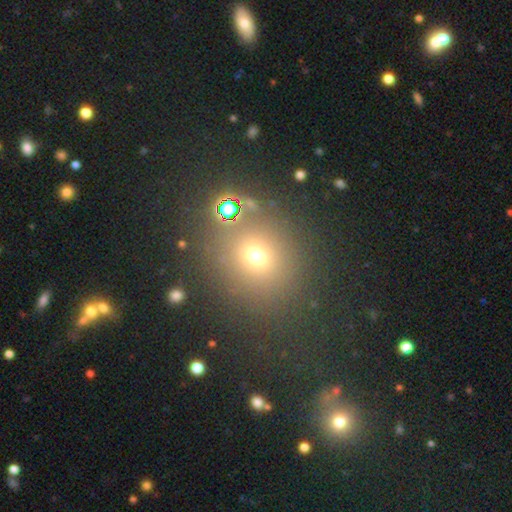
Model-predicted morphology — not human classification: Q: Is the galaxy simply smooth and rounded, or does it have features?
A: smooth — 64%.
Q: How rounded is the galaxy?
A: round — 79%.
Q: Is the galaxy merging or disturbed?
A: none — 80%.